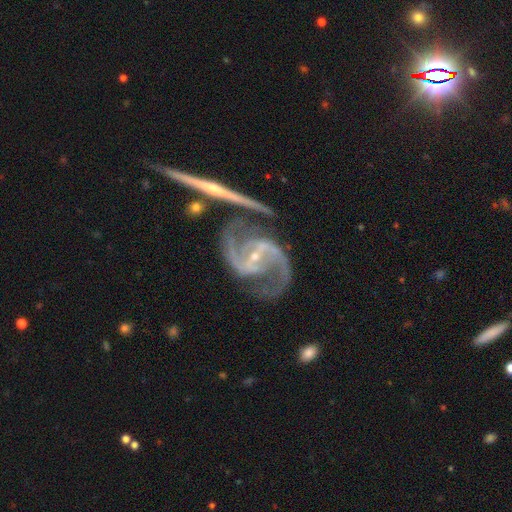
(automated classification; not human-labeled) A featured or disk galaxy (94%) with a strong bar (59%), 2 (94%) medium (61%) spiral arms (98%) and a small central bulge (78%). Merging: none (58%).